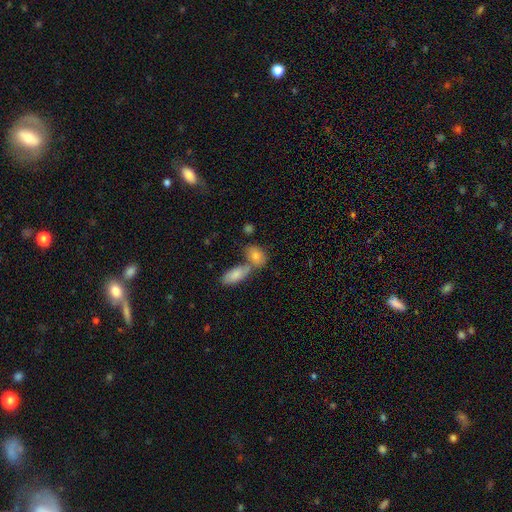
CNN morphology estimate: Smooth or featured? Predicted: smooth (p=0.79). How rounded? Predicted: in between (p=0.80). Merging? Predicted: merger (p=0.46).